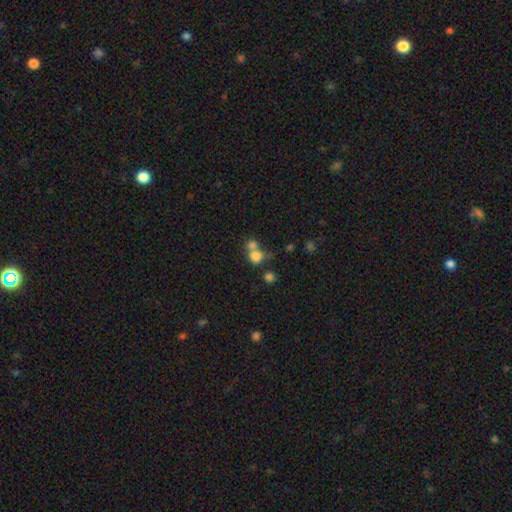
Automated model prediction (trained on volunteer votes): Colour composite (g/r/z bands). It shows a smooth galaxy with no disk features (77%) that is round (83%). Merging: merger (49%).